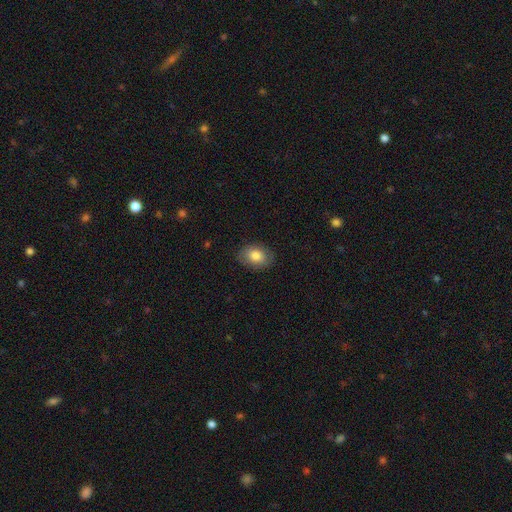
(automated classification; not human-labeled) The model was most divided on "how rounded": in between: 80%, round: 19%, cigar-shaped: 1%. More confident: merging — none (84%); smooth or featured — smooth (81%).